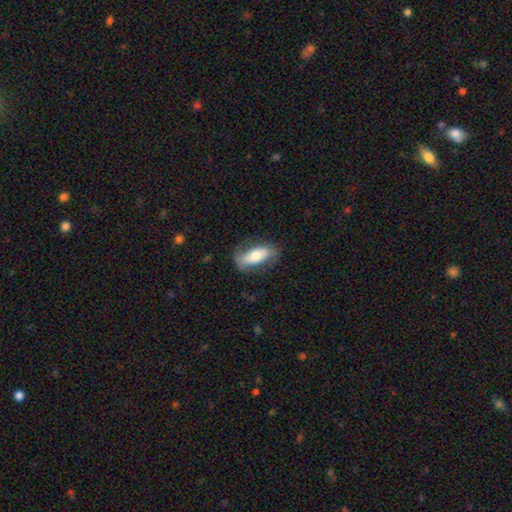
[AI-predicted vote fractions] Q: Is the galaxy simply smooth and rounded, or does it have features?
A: smooth — 52%.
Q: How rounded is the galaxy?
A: in between — 81%.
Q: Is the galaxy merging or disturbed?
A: none — 73%.